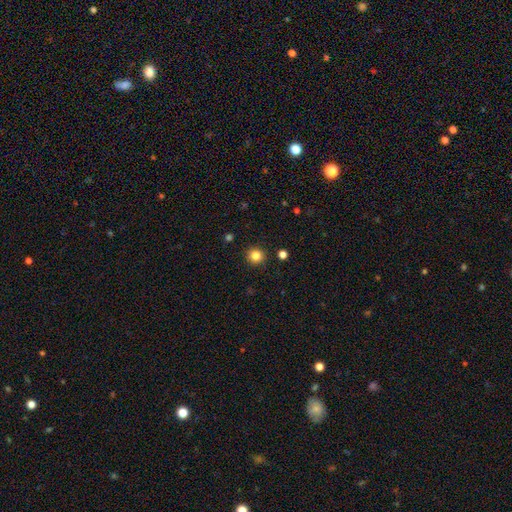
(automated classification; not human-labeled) A smooth galaxy with no disk features (84%) that is round (94%).

Vote fractions:
- Smooth or featured? smooth: 84% / star or artifact: 12% / featured or disk: 4%
- How rounded? round: 94% / in between: 5% / cigar-shaped: 1%
- Merging? none: 92% / minor disturbance: 5% / major disturbance: 2% / merger: 2%